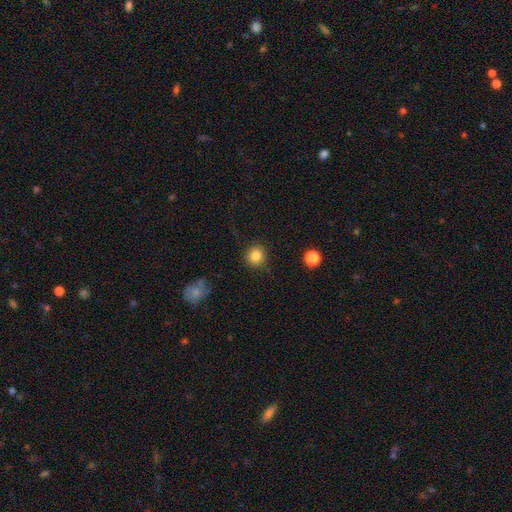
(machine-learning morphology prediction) Smooth or featured? smooth (84%)
How rounded? round (92%)
Merging? none (89%)